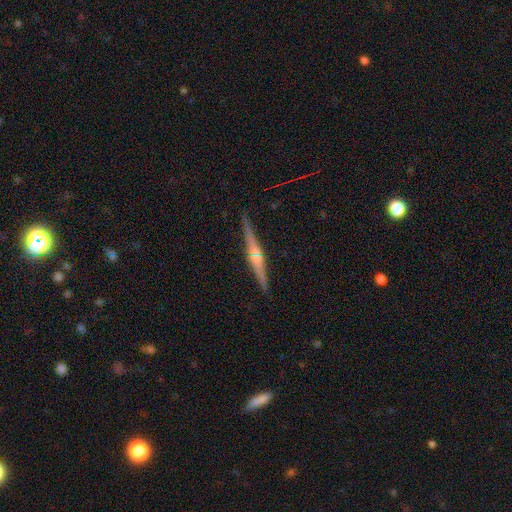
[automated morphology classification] This is likely a featured or disk galaxy (76%). It is clearly viewed edge-on (98%). Edge-on bulge: likely rounded (77%). Merging: clearly none (89%).